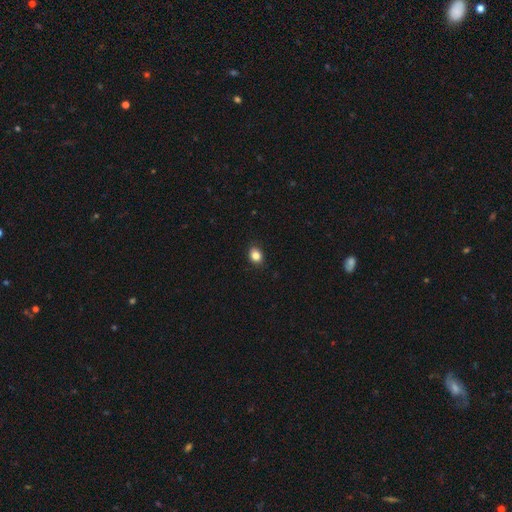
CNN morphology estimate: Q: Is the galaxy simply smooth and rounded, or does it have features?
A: smooth — 85%.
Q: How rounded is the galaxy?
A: in between — 50%.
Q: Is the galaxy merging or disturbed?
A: none — 88%.